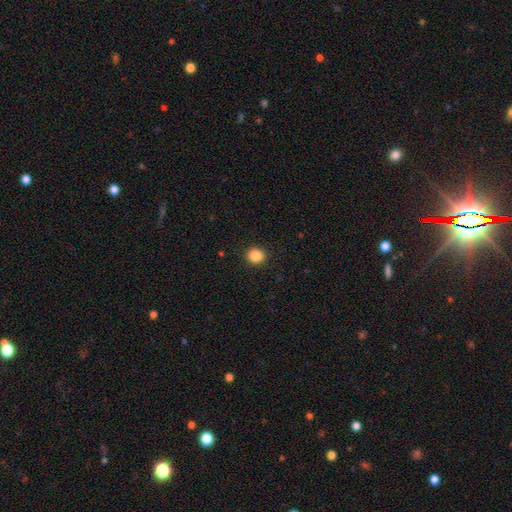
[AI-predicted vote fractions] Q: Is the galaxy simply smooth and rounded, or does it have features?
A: smooth — 87%.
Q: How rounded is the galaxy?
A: round — 87%.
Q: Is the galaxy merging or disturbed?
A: none — 92%.